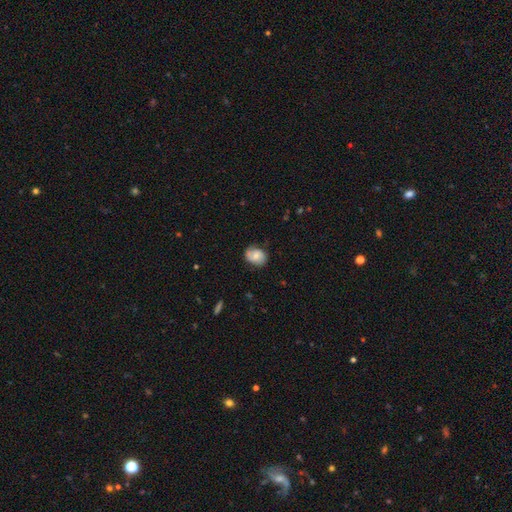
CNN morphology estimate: Smooth or featured?
  - smooth: 53% *
  - featured or disk: 40%
  - star or artifact: 8%
How rounded?
  - in between: 56% *
  - round: 43%
  - cigar-shaped: 1%
Merging?
  - none: 71% *
  - minor disturbance: 22%
  - major disturbance: 5%
  - merger: 1%